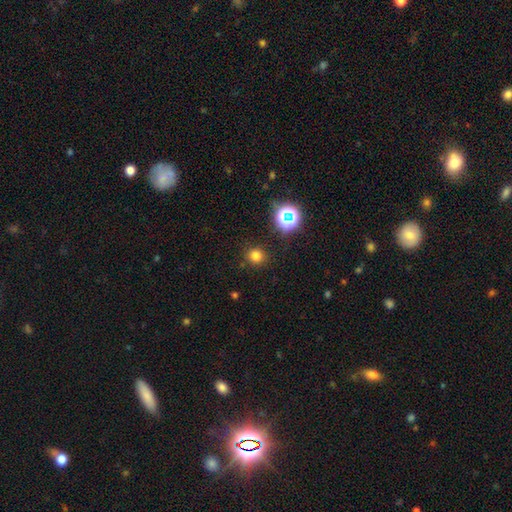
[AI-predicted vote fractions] Q: Smooth or featured?
A: smooth (75%); runner-up: star or artifact (20%)
Q: How rounded?
A: round (91%); runner-up: in between (8%)
Q: Merging?
A: none (88%); runner-up: minor disturbance (7%)